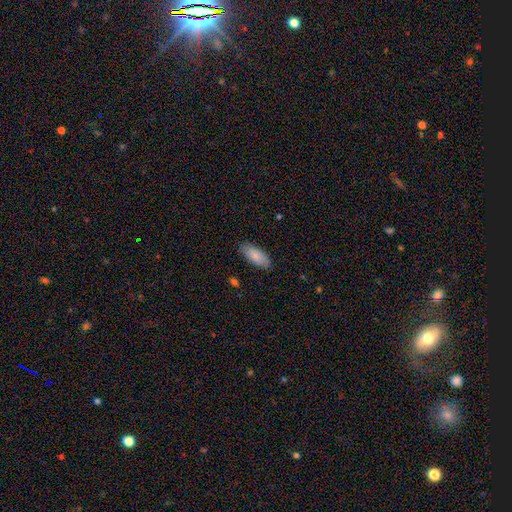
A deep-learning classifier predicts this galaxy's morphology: smooth 85%, featured or disk 9%, star or artifact 6%. Down the decision tree: how rounded — in between (83%); merging — none (86%).